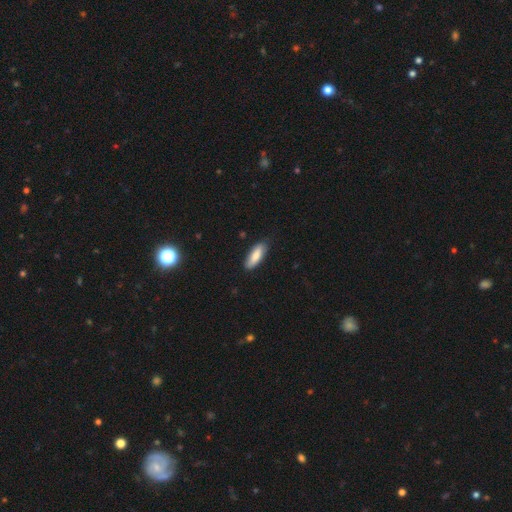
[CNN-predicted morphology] Smooth or featured: smooth — 80% (featured or disk — 14%)
How rounded: in between — 62% (cigar-shaped — 36%)
Merging: none — 81% (minor disturbance — 16%)